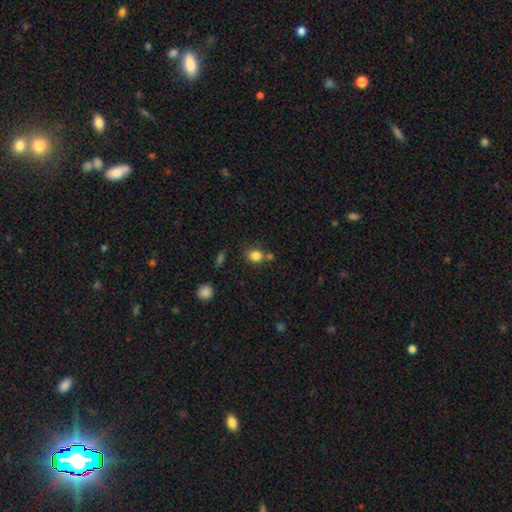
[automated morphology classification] A smooth galaxy with no disk features (83%) that is round (58%).

Vote fractions:
- Smooth or featured? smooth: 83% / star or artifact: 11% / featured or disk: 6%
- How rounded? round: 58% / in between: 41% / cigar-shaped: 1%
- Merging? none: 63% / merger: 18% / minor disturbance: 15% / major disturbance: 5%